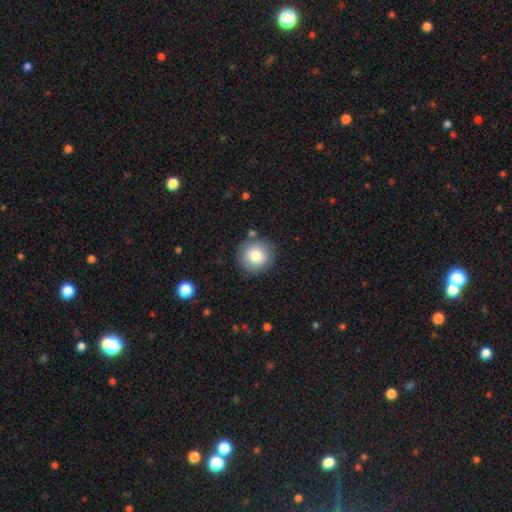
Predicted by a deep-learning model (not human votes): A smooth galaxy with no disk features (80%) that is round (92%).

Vote fractions:
- Smooth or featured? smooth: 80% / featured or disk: 11% / star or artifact: 9%
- How rounded? round: 92% / in between: 7% / cigar-shaped: 1%
- Merging? none: 85% / minor disturbance: 9% / merger: 3% / major disturbance: 3%